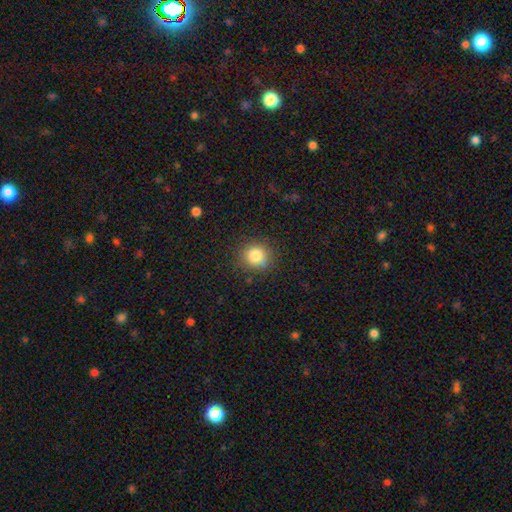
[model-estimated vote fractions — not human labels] Morphology: type=smooth (83%); roundness=round (87%); merging=none (86%).